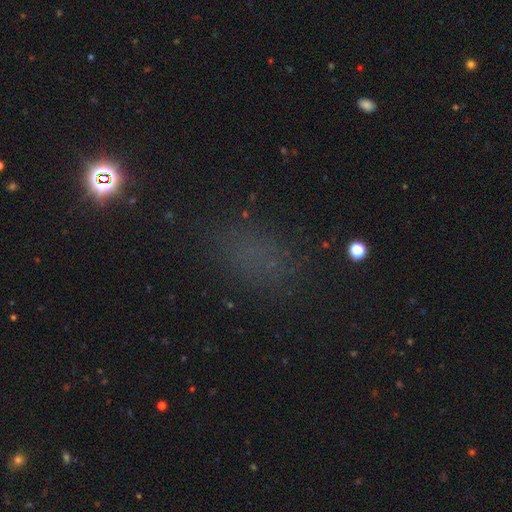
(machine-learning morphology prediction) This appears to be a smooth galaxy with no disk features (53%) that is in between round and cigar-shaped (70%). Merging: none (77%).